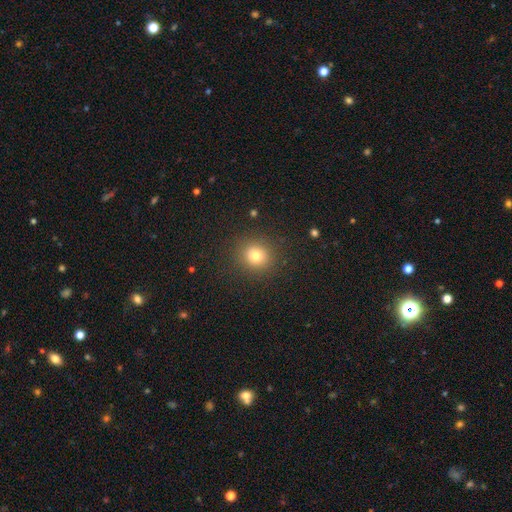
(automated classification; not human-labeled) Morphology: type=smooth (78%); roundness=round (86%); merging=none (89%).